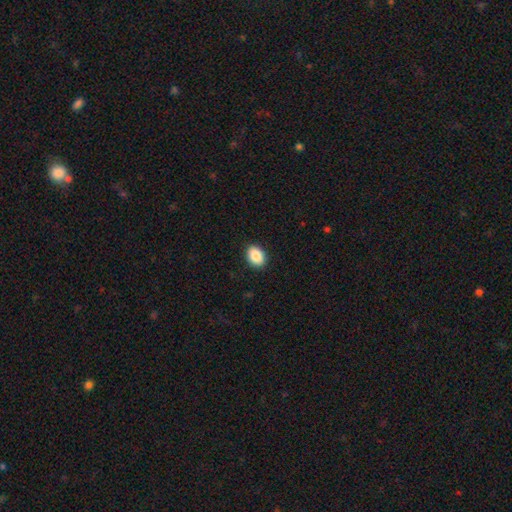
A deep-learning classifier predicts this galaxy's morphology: Q: Smooth or featured?
A: smooth (89%); runner-up: star or artifact (7%)
Q: How rounded?
A: in between (74%); runner-up: round (25%)
Q: Merging?
A: none (91%); runner-up: minor disturbance (7%)